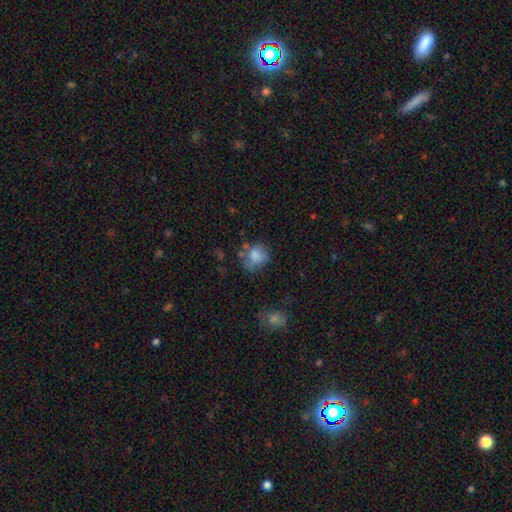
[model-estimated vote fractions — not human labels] The model was most divided on "merging": none: 49%, minor disturbance: 26%, major disturbance: 15%, merger: 10%. More confident: smooth or featured — smooth (74%); how rounded — round (68%).